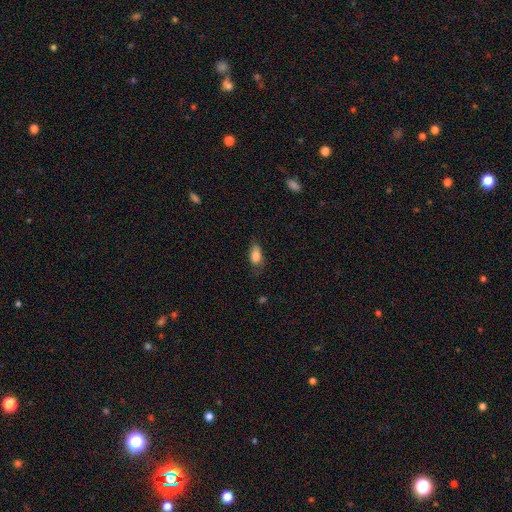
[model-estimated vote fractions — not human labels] Smooth or featured? smooth (85%)
How rounded? in between (88%)
Merging? none (65%)